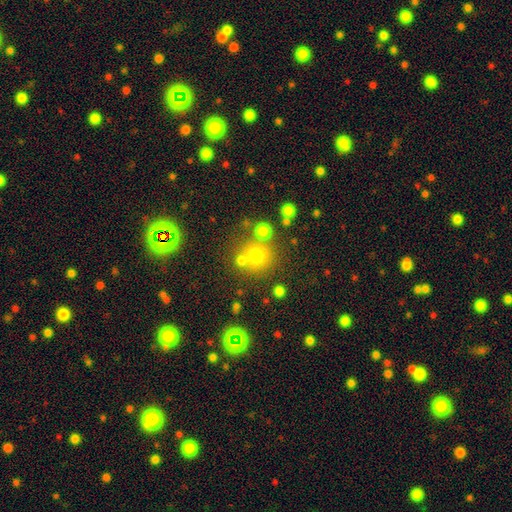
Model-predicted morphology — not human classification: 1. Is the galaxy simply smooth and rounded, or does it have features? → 71% smooth, 18% star or artifact, 11% featured or disk.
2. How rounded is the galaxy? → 91% round, 8% in between, 1% cigar-shaped.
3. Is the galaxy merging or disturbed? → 68% none, 19% merger, 9% minor disturbance, 4% major disturbance.